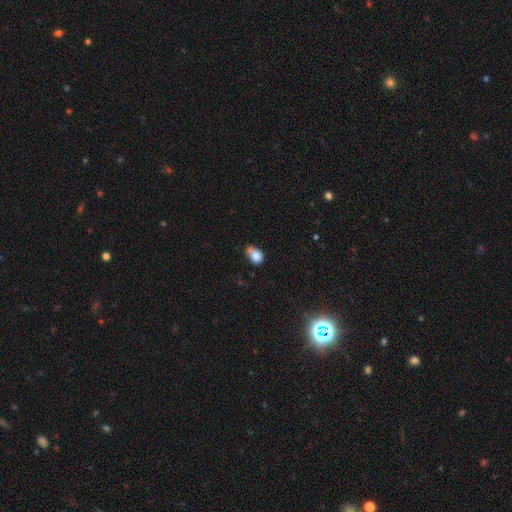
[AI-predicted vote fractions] Morphology: type=smooth (82%); roundness=in between (69%); merging=minor disturbance (38%).